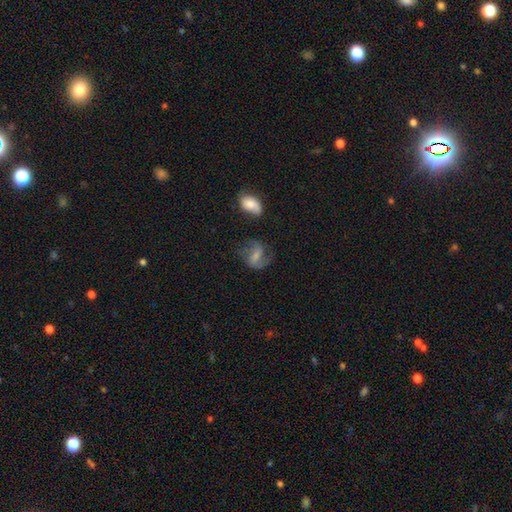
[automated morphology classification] type=featured or disk (61%); edge-on=no (97%); bar=weak (47%); spiral arms=yes (87%); winding=medium (45%); arm count=2 (81%); bulge=small (35%); merging=none (52%).